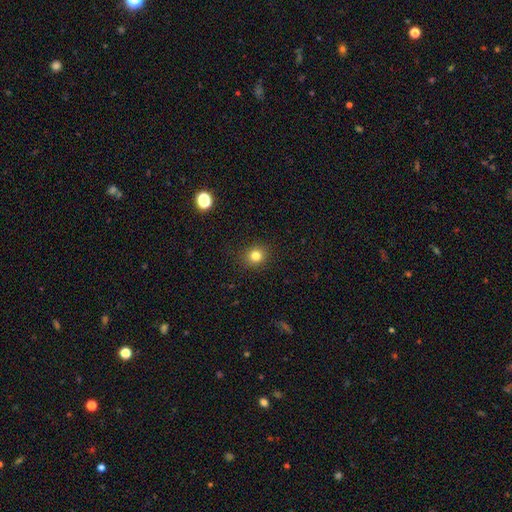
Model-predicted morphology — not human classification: The model was most divided on "smooth or featured": smooth: 81%, star or artifact: 13%, featured or disk: 6%. More confident: merging — none (89%); how rounded — round (86%).